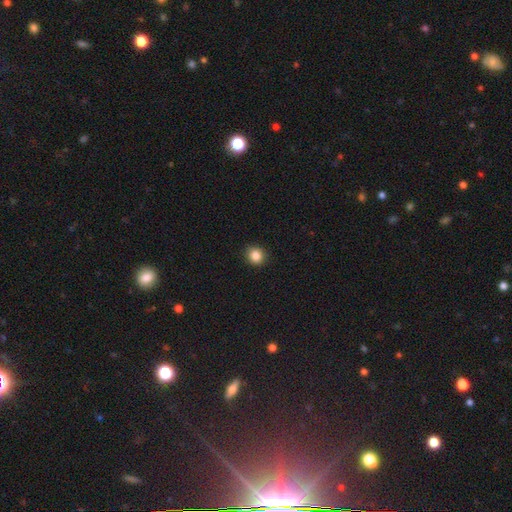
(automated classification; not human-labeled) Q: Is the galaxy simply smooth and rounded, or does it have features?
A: smooth — 86%.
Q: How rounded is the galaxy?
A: round — 87%.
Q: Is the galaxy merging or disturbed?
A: none — 91%.